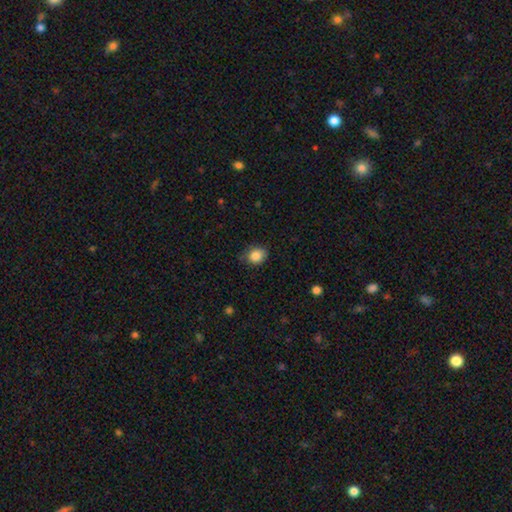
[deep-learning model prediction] Overall: smooth (86%). How rounded: round (58%; in between 42%). Merging: none (75%).